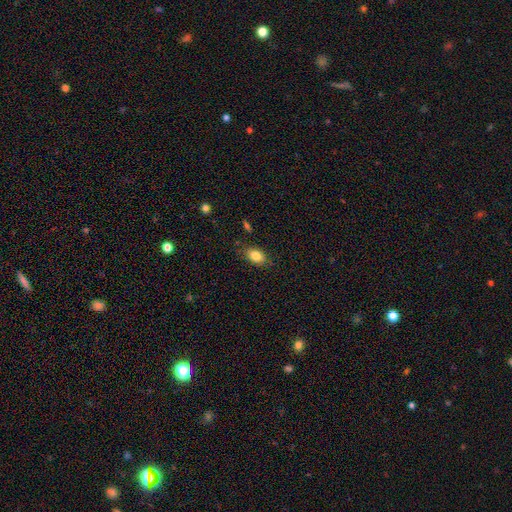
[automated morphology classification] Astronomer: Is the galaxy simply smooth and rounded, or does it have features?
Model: smooth — 83%.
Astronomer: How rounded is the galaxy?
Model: in between — 85%.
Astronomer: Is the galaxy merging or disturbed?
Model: none — 80%.